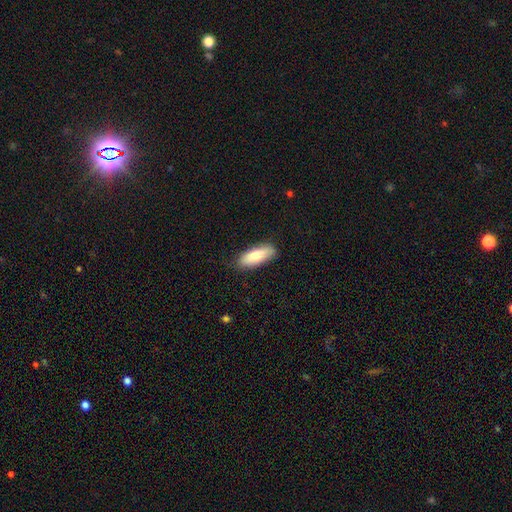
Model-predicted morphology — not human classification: Q: Smooth or featured?
A: smooth (79%); runner-up: featured or disk (15%)
Q: How rounded?
A: in between (66%); runner-up: cigar-shaped (32%)
Q: Merging?
A: none (83%); runner-up: minor disturbance (13%)